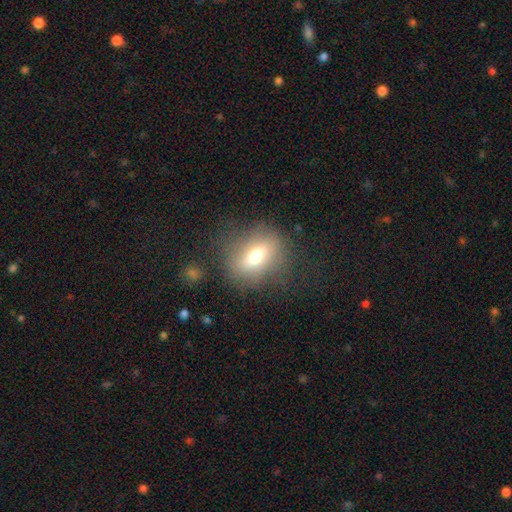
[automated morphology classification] This appears to be a smooth galaxy with no disk features (63%) that is in between round and cigar-shaped (51%). Merging: none (76%).